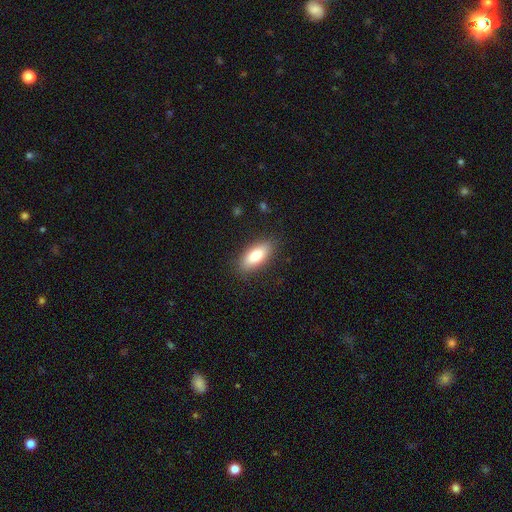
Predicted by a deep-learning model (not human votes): smooth 81%, featured or disk 12%, star or artifact 6%. Down the decision tree: how rounded — in between (79%); merging — none (86%).